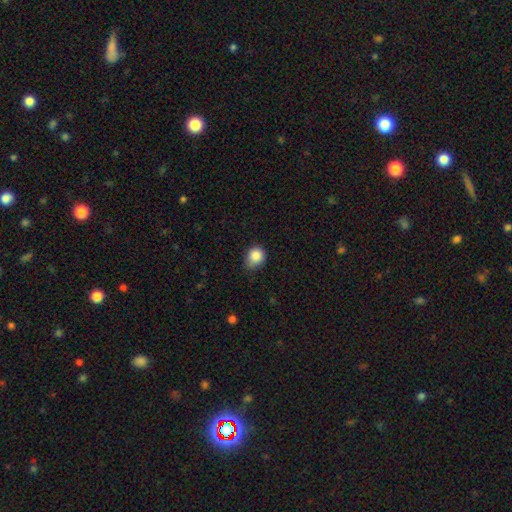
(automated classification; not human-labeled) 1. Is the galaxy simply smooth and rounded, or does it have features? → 86% smooth, 10% star or artifact, 5% featured or disk.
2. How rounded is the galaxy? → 70% round, 29% in between, 1% cigar-shaped.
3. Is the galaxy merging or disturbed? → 59% none, 33% minor disturbance, 6% major disturbance, 2% merger.